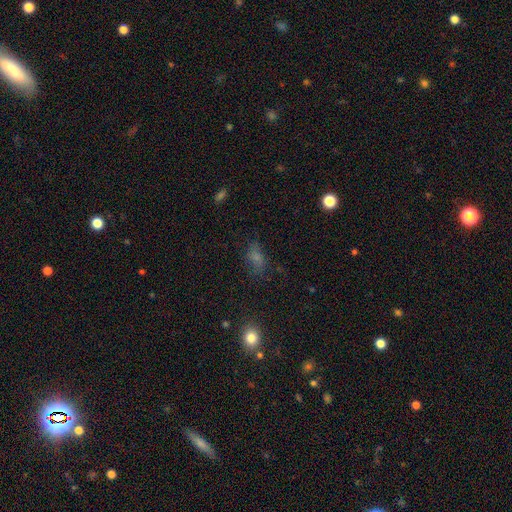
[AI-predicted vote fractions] A smooth galaxy with no disk features (55%) that is in between round and cigar-shaped (75%).

Vote fractions:
- Smooth or featured? smooth: 55% / star or artifact: 29% / featured or disk: 16%
- How rounded? in between: 75% / round: 17% / cigar-shaped: 8%
- Merging? none: 66% / minor disturbance: 19% / major disturbance: 12% / merger: 3%